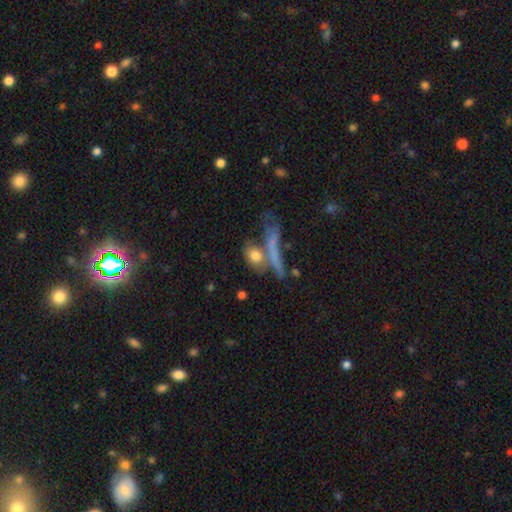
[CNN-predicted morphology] Smooth or featured? smooth (69%)
How rounded? in between (49%)
Merging? none (44%)